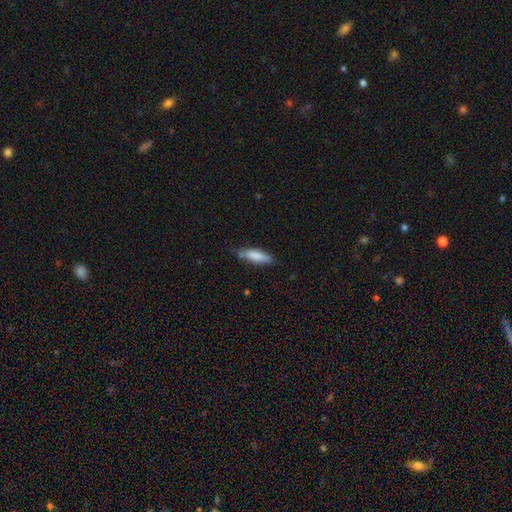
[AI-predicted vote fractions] smooth_or_featured: smooth (p=0.81) [alt: featured or disk p=0.13]
how_rounded: cigar-shaped (p=0.57) [alt: in between p=0.41]
merging: none (p=0.69) [alt: minor disturbance p=0.23]